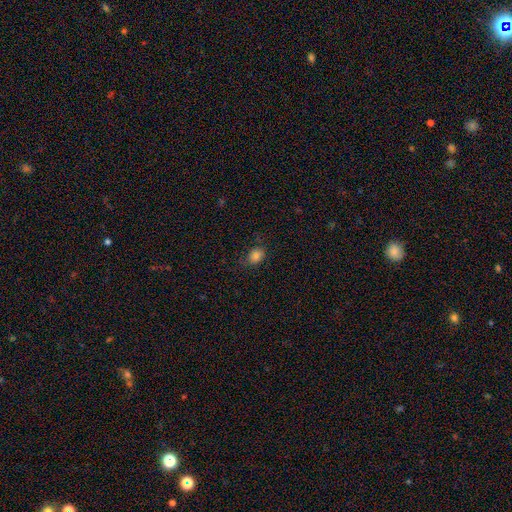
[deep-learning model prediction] Smooth or featured? smooth (82%)
How rounded? in between (58%)
Merging? none (73%)